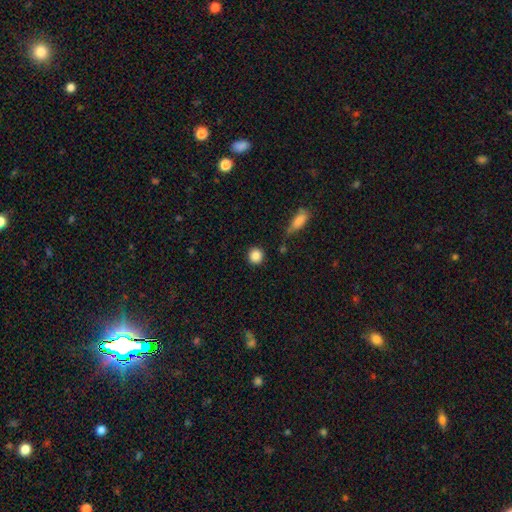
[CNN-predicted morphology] This is clearly a smooth galaxy (87%). How rounded: clearly round (92%). Merging: clearly none (87%).